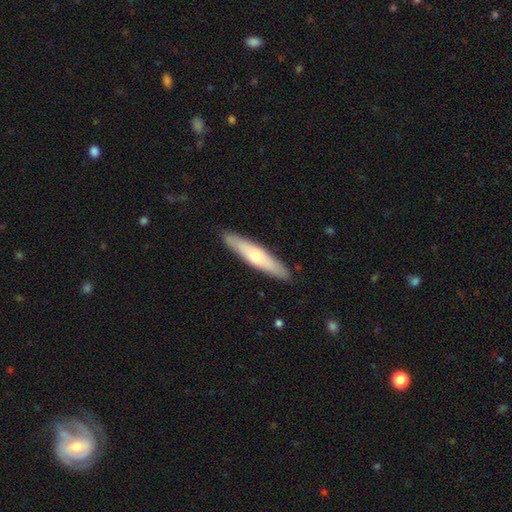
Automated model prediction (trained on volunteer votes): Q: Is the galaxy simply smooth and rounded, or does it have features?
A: smooth — 50%.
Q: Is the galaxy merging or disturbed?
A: none — 89%.